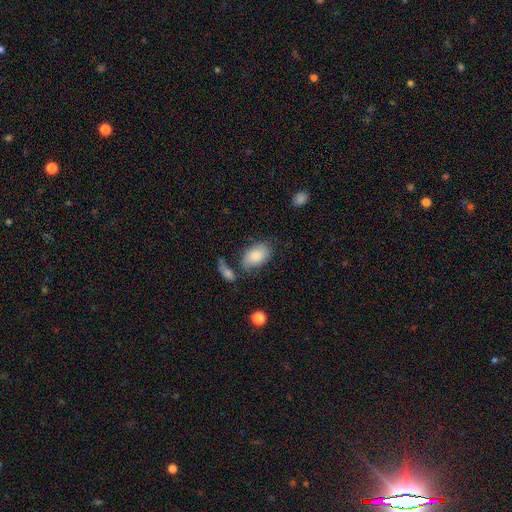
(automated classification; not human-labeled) Overall: smooth (80%). How rounded: in between (92%). Merging: none (58%; minor disturbance 22%).